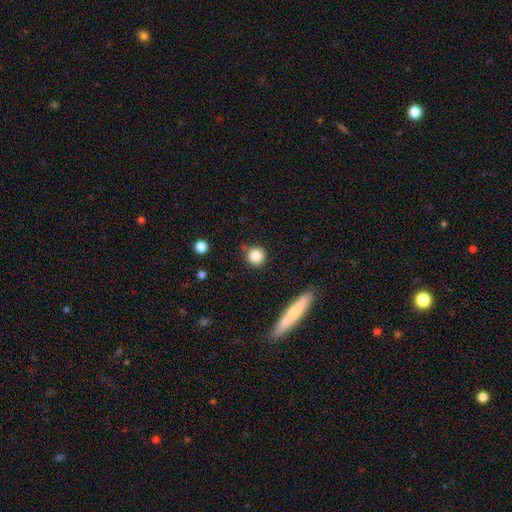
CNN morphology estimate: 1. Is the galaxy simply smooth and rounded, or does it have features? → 85% smooth, 10% star or artifact, 5% featured or disk.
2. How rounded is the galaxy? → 92% round, 6% in between, 2% cigar-shaped.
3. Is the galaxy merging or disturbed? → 85% none, 9% minor disturbance, 4% merger, 3% major disturbance.